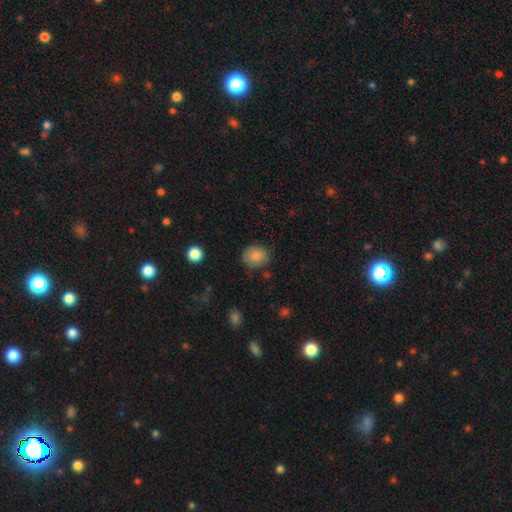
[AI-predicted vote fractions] Morphology: type=smooth (83%); roundness=round (67%); merging=none (77%).